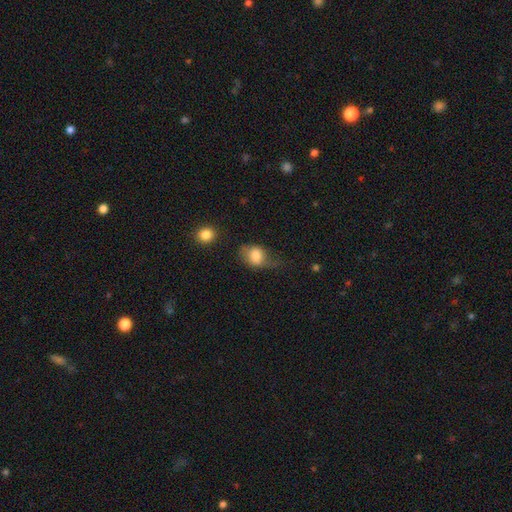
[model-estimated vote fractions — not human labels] Smooth or featured?
  - smooth: 78% *
  - featured or disk: 13%
  - star or artifact: 8%
How rounded?
  - in between: 56% *
  - round: 42%
  - cigar-shaped: 2%
Merging?
  - none: 43% *
  - minor disturbance: 33%
  - major disturbance: 21%
  - merger: 4%